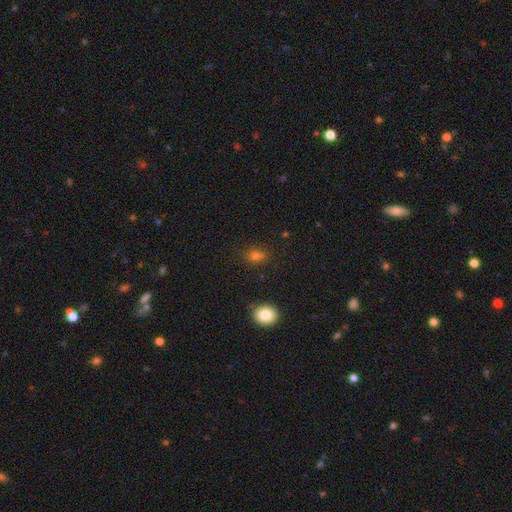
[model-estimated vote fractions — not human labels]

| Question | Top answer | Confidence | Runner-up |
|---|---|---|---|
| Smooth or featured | smooth | 76% | star or artifact (18%) |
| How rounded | round | 51% | in between (47%) |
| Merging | none | 81% | minor disturbance (12%) |